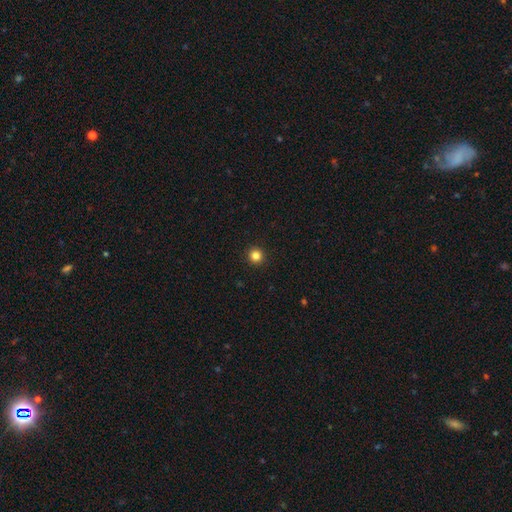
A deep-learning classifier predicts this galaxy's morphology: This is clearly a smooth galaxy (84%). How rounded: clearly round (95%). Merging: clearly none (93%).